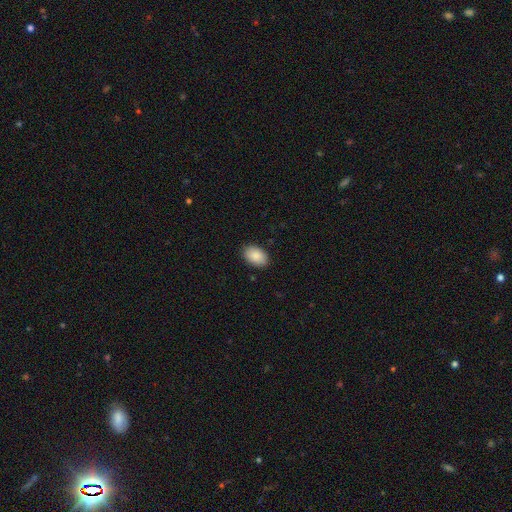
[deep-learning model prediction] smooth 87%, star or artifact 7%, featured or disk 7%. Down the decision tree: how rounded — in between (90%); merging — none (88%).